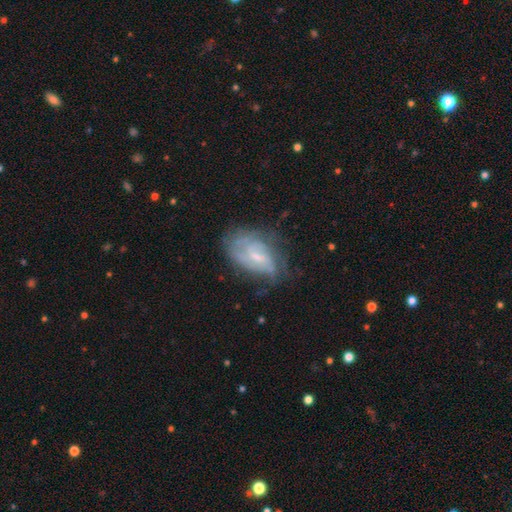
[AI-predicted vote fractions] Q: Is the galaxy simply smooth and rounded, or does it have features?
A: featured or disk — 70%.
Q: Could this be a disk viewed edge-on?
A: no — 96%.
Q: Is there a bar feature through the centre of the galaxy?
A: weak — 51%.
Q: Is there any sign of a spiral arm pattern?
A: yes — 81%.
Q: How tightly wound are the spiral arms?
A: tight — 46%.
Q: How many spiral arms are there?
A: can't tell — 47%.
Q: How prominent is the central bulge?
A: small — 51%.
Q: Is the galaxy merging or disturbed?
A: none — 54%.